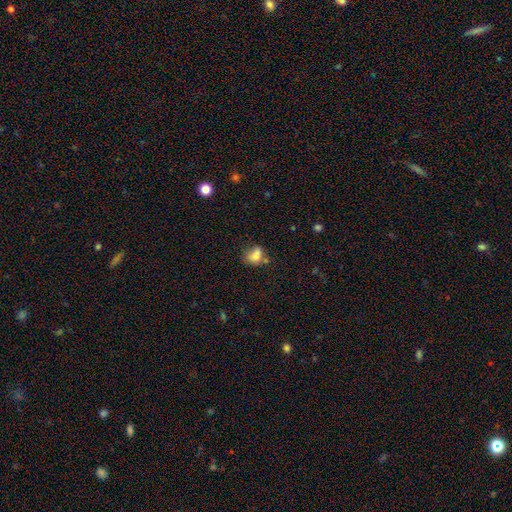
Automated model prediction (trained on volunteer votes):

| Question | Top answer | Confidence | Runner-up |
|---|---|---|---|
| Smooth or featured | smooth | 75% | featured or disk (13%) |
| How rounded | in between | 57% | round (41%) |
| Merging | none | 43% | minor disturbance (24%) |